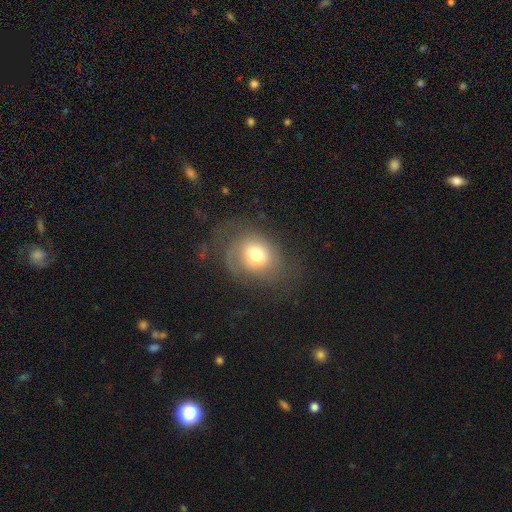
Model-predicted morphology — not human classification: Smooth or featured? smooth (62%)
How rounded? round (59%)
Merging? none (56%)